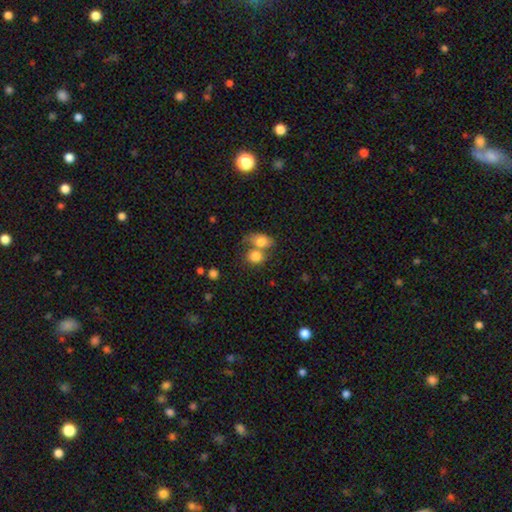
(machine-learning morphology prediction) Smooth or featured?
  - smooth: 81% *
  - featured or disk: 11%
  - star or artifact: 9%
How rounded?
  - round: 51% *
  - in between: 47%
  - cigar-shaped: 2%
Merging?
  - merger: 54% *
  - none: 33%
  - minor disturbance: 9%
  - major disturbance: 5%